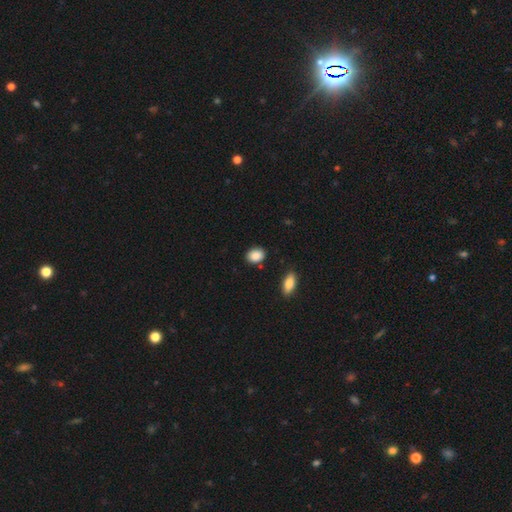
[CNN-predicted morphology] This is clearly a smooth galaxy (89%). How rounded: likely in between (67%). Merging: clearly none (83%).